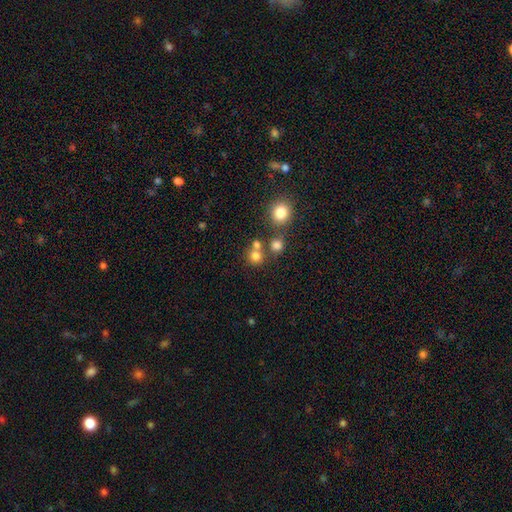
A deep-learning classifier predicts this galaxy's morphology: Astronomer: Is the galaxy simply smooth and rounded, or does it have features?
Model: smooth — 76%.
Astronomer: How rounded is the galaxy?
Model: round — 89%.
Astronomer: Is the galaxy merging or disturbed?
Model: none — 63%.